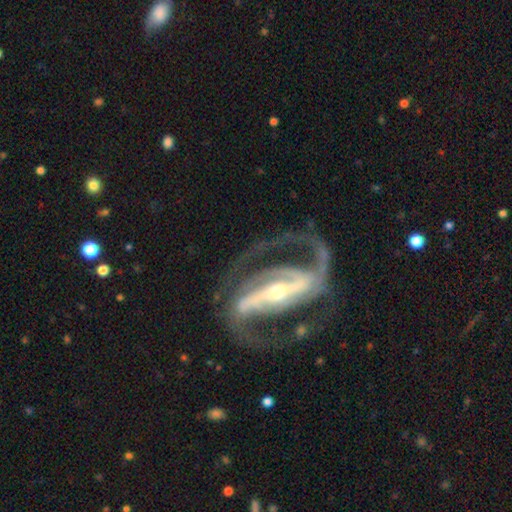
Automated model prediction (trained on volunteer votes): Smooth or featured? featured or disk (93%)
Edge-on disk? no (95%)
Bar? strong (78%)
Spiral arms? yes (97%)
Spiral winding? medium (59%)
Spiral arm count? 2 (93%)
Bulge size? small (60%)
Merging? none (72%)